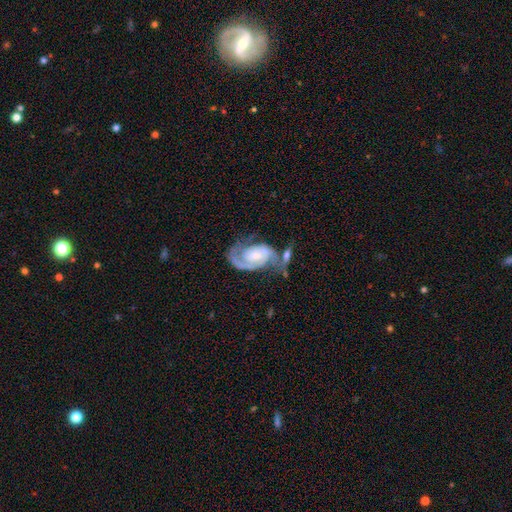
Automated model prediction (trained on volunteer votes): This appears to be a featured or disk galaxy (86%) with no bar (57%), 2 (67%) tight (43%, tied with medium) spiral arms (96%) and a small central bulge (45%). Merging: none (39%).